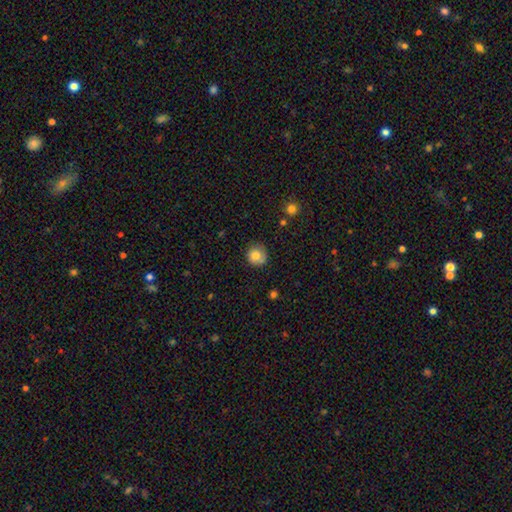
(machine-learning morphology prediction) Smooth or featured?
  - smooth: 79% *
  - featured or disk: 12%
  - star or artifact: 10%
How rounded?
  - round: 89% *
  - in between: 10%
  - cigar-shaped: 1%
Merging?
  - none: 78% *
  - minor disturbance: 17%
  - major disturbance: 4%
  - merger: 2%